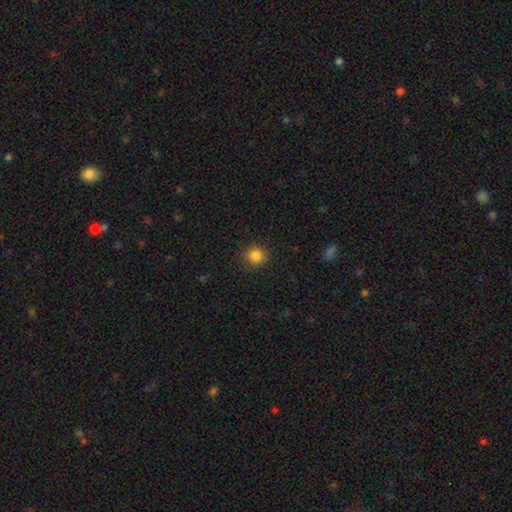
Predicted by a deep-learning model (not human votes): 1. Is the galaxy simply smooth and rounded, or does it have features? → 85% smooth, 11% star or artifact, 4% featured or disk.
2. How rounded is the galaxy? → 92% round, 7% in between, 1% cigar-shaped.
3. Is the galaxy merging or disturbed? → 90% none, 7% minor disturbance, 2% major disturbance, 1% merger.